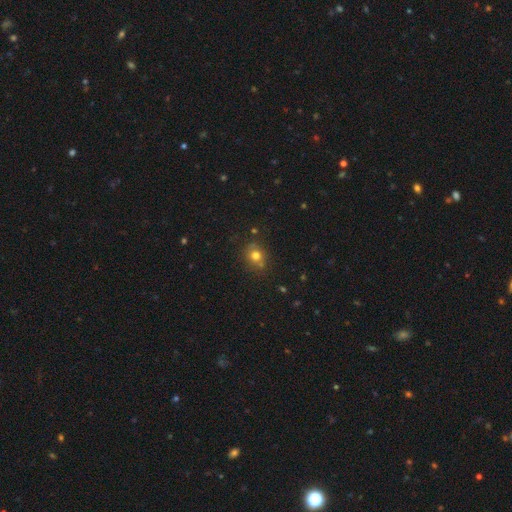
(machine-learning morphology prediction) Overall: smooth (74%). How rounded: round (78%). Merging: none (73%).